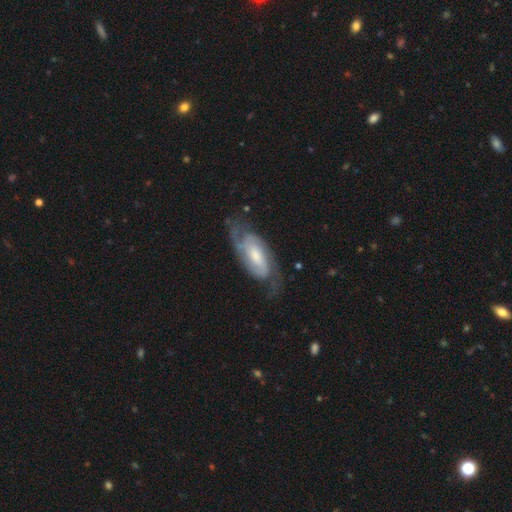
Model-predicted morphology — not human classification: Smooth or featured?
  - featured or disk: 83% *
  - smooth: 12%
  - star or artifact: 5%
Edge-on disk?
  - no: 94% *
  - yes: 6%
Bar?
  - no: 48% *
  - weak: 40%
  - strong: 12%
Spiral arms?
  - yes: 95% *
  - no: 5%
Spiral winding?
  - medium: 43% * (tied)
  - tight: 43% * (tied)
  - loose: 14%
Spiral arm count?
  - 2: 69% *
  - can't tell: 15%
  - 3: 8%
  - 1: 4%
  - 4: 2%
  - more than 4: 2%
Bulge size?
  - moderate: 48% *
  - small: 35%
  - large: 11%
  - none: 5%
  - dominant: 2%
Merging?
  - none: 64% *
  - minor disturbance: 21%
  - major disturbance: 14%
  - merger: 2%